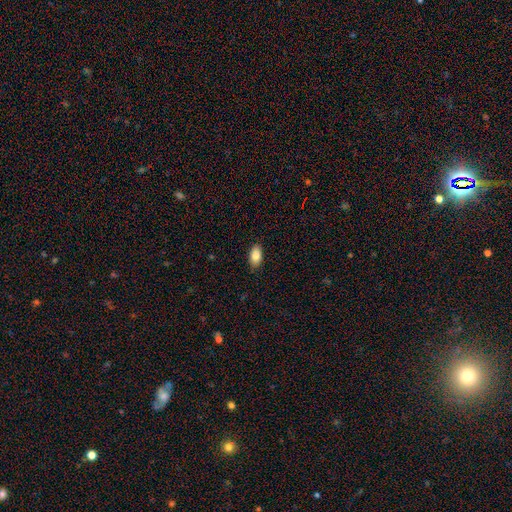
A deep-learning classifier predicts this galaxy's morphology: smooth_or_featured: smooth (p=0.83) [alt: featured or disk p=0.09]
how_rounded: in between (p=0.93) [alt: round p=0.04]
merging: none (p=0.88) [alt: minor disturbance p=0.09]